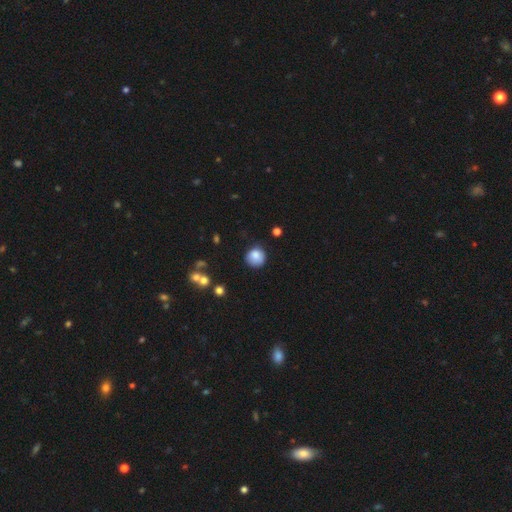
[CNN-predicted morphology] smooth_or_featured: smooth (p=0.84) [alt: star or artifact p=0.09]
how_rounded: round (p=0.90) [alt: in between p=0.09]
merging: none (p=0.73) [alt: minor disturbance p=0.20]